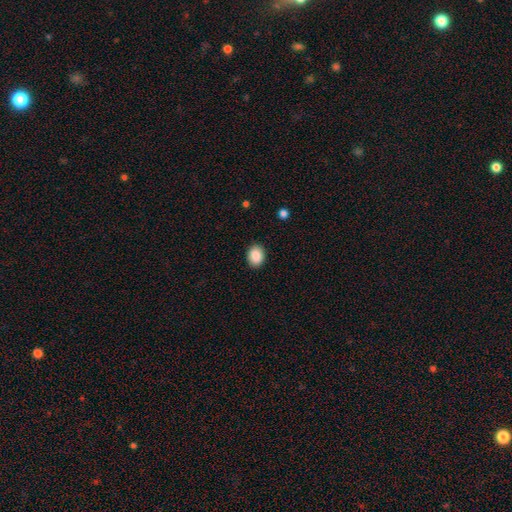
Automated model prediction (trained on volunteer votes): smooth 89%, star or artifact 8%, featured or disk 3%. Down the decision tree: how rounded — in between (58%); merging — none (89%).